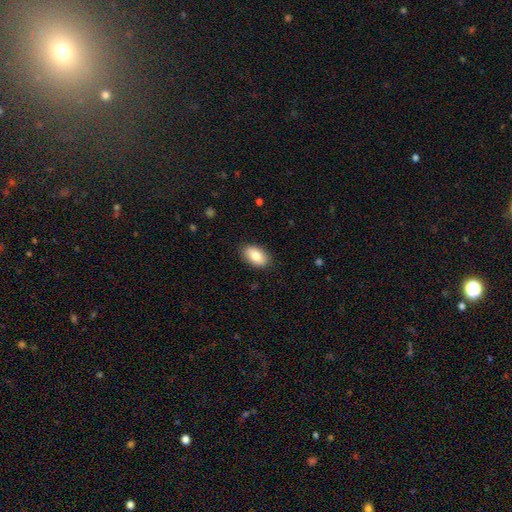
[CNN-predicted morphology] A smooth galaxy with no disk features (84%) that is in between round and cigar-shaped (92%).

Vote fractions:
- Smooth or featured? smooth: 84% / featured or disk: 9% / star or artifact: 7%
- How rounded? in between: 92% / round: 6% / cigar-shaped: 1%
- Merging? none: 88% / minor disturbance: 9% / major disturbance: 2% / merger: 1%